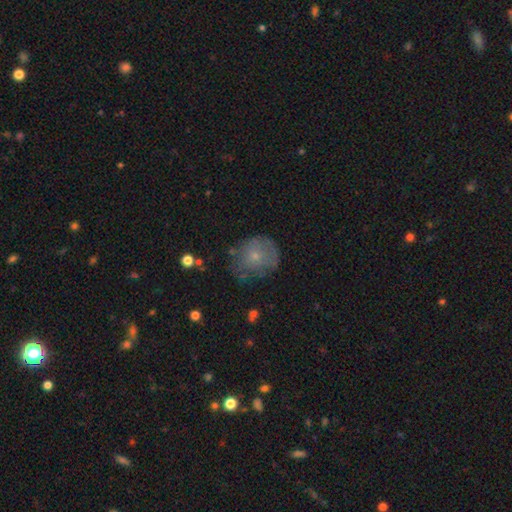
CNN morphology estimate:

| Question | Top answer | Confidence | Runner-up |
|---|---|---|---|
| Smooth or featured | smooth | 62% | featured or disk (27%) |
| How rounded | round | 81% | in between (18%) |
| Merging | none | 57% | minor disturbance (27%) |